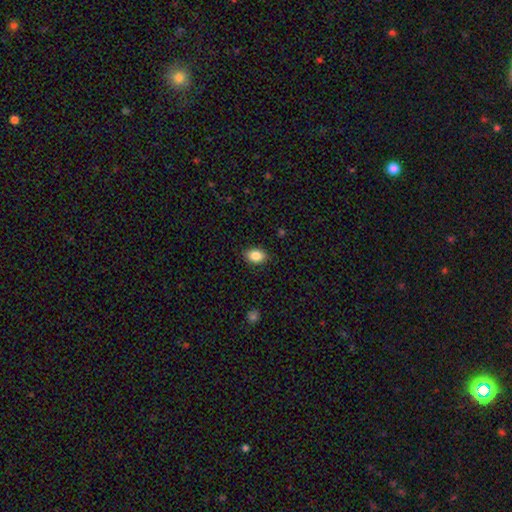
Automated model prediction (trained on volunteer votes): smooth_or_featured: smooth (p=0.86) [alt: star or artifact p=0.08]
how_rounded: in between (p=0.84) [alt: round p=0.14]
merging: none (p=0.88) [alt: minor disturbance p=0.09]